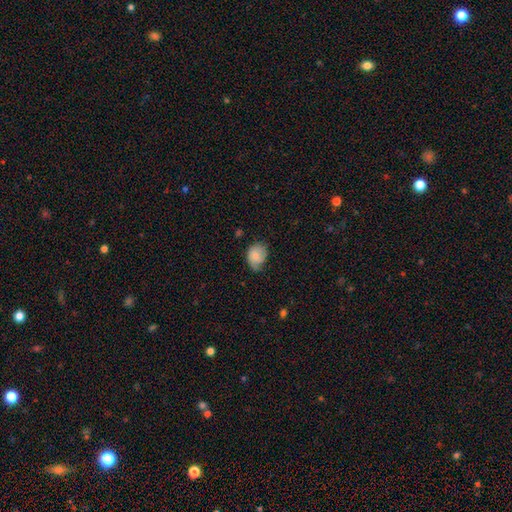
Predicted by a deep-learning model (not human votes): A smooth galaxy with no disk features (67%) that is in between round and cigar-shaped (53%).

Vote fractions:
- Smooth or featured? smooth: 67% / featured or disk: 25% / star or artifact: 7%
- How rounded? in between: 53% / round: 46% / cigar-shaped: 1%
- Merging? none: 45% / minor disturbance: 39% / major disturbance: 15% / merger: 2%